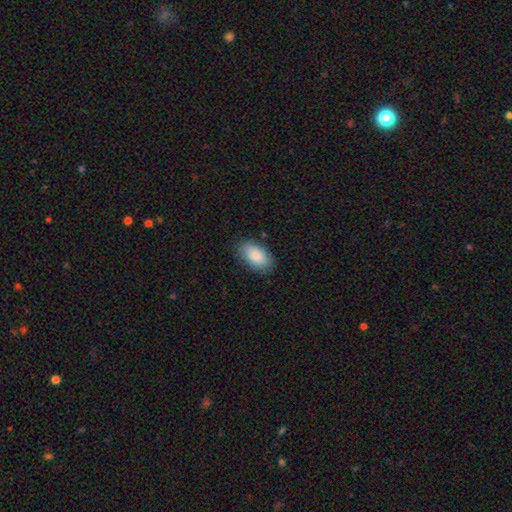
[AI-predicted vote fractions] Smooth or featured: smooth — 84% (featured or disk — 9%)
How rounded: in between — 93% (round — 5%)
Merging: none — 82% (minor disturbance — 13%)